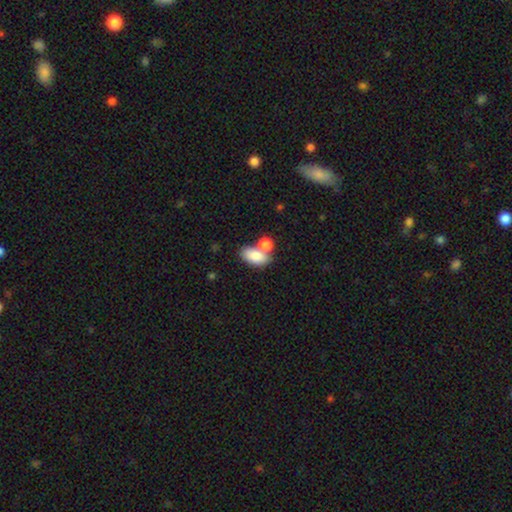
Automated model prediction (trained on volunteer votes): The model was most divided on "merging": merger: 43%, none: 41%, minor disturbance: 11%, major disturbance: 5%. More confident: how rounded — in between (91%); smooth or featured — smooth (83%).